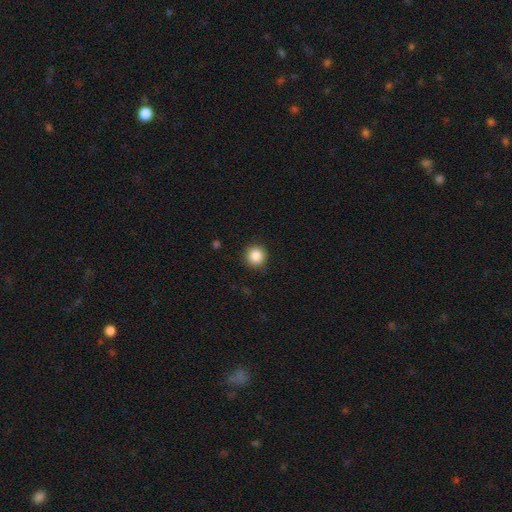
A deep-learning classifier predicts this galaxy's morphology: Smooth or featured: smooth — 86% (star or artifact — 10%)
How rounded: round — 94% (in between — 5%)
Merging: none — 90% (minor disturbance — 7%)